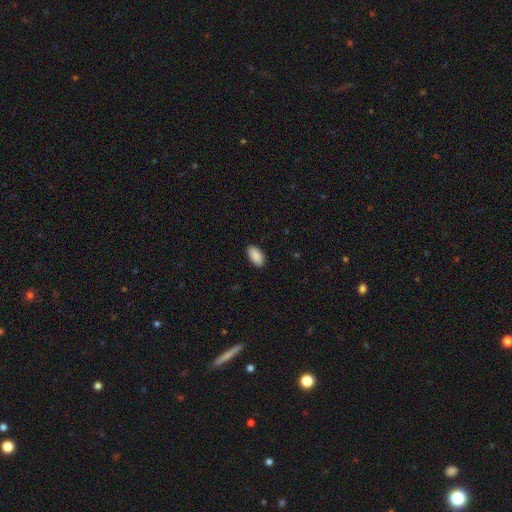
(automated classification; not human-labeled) A smooth galaxy with no disk features (91%) that is in between round and cigar-shaped (95%).

Vote fractions:
- Smooth or featured? smooth: 91% / star or artifact: 6% / featured or disk: 3%
- How rounded? in between: 95% / cigar-shaped: 2% / round: 2%
- Merging? none: 89% / minor disturbance: 8% / major disturbance: 2% / merger: 1%